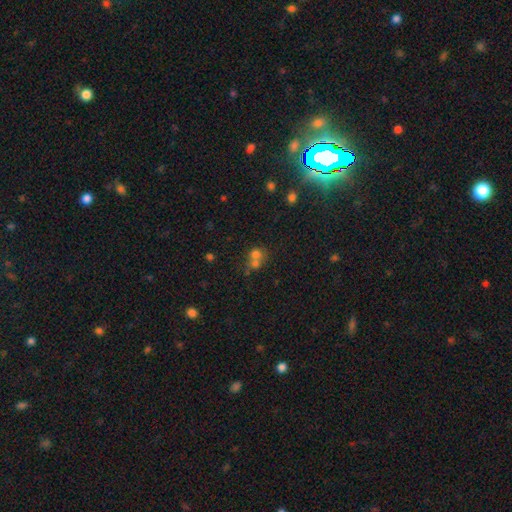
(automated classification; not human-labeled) smooth-or-featured: smooth: 60% | star or artifact: 24% | featured or disk: 16%
  how-rounded: round: 80% | in between: 19% | cigar-shaped: 1%
  merging: merger: 54% | none: 37% | minor disturbance: 6% | major disturbance: 3%